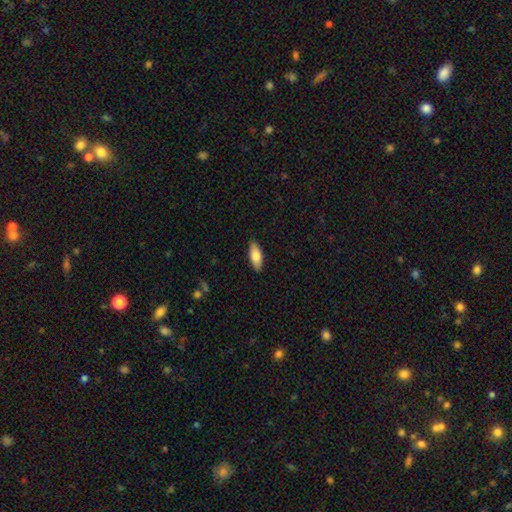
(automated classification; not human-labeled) Smooth or featured?
  - smooth: 78% *
  - featured or disk: 16%
  - star or artifact: 6%
How rounded?
  - in between: 77% *
  - cigar-shaped: 21%
  - round: 2%
Merging?
  - none: 89% *
  - minor disturbance: 8%
  - major disturbance: 2%
  - merger: 1%